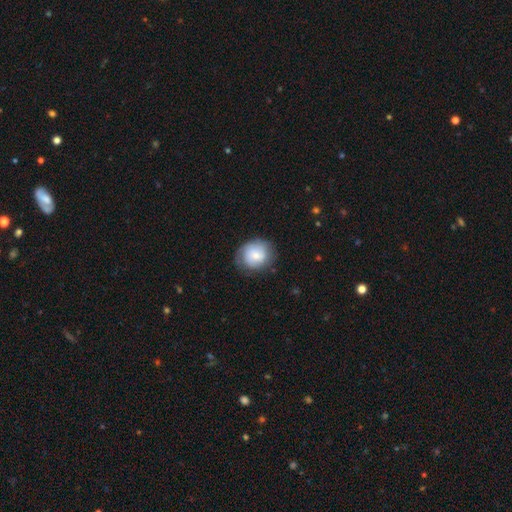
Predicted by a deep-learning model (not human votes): Morphology: type=smooth (66%); roundness=round (77%); merging=none (72%).